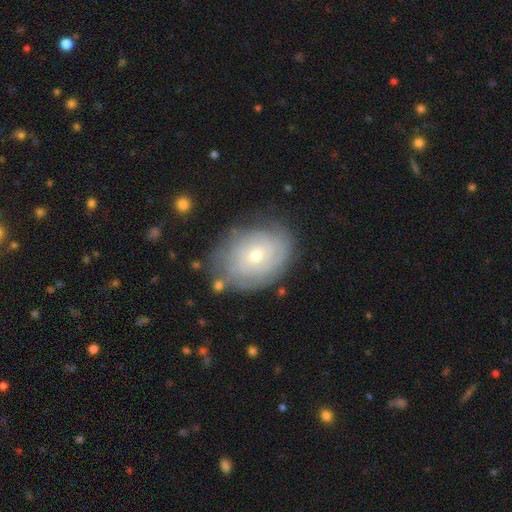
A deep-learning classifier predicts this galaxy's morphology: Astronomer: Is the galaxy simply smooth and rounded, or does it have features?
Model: featured or disk — 68%.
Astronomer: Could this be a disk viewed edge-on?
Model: no — 96%.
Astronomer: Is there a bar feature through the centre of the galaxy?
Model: no — 78%.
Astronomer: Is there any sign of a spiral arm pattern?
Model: yes — 83%.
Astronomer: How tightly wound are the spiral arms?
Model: tight — 77%.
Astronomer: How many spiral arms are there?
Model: can't tell — 56%.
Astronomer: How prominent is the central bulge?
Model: small — 62%.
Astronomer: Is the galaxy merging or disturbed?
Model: none — 73%.